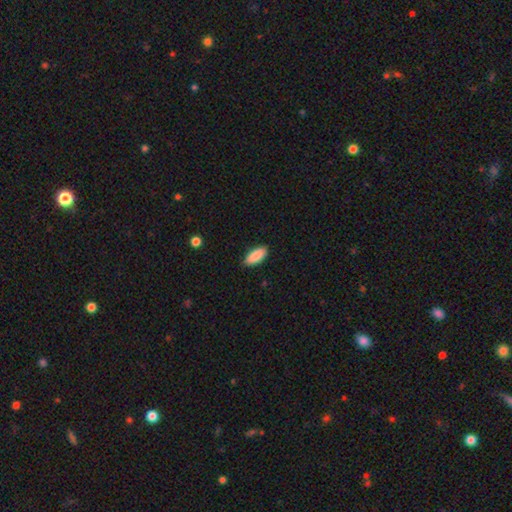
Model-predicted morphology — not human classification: Smooth or featured?
  - smooth: 89% *
  - star or artifact: 6%
  - featured or disk: 5%
How rounded?
  - in between: 85% *
  - cigar-shaped: 13%
  - round: 2%
Merging?
  - none: 87% *
  - minor disturbance: 10%
  - major disturbance: 2%
  - merger: 1%